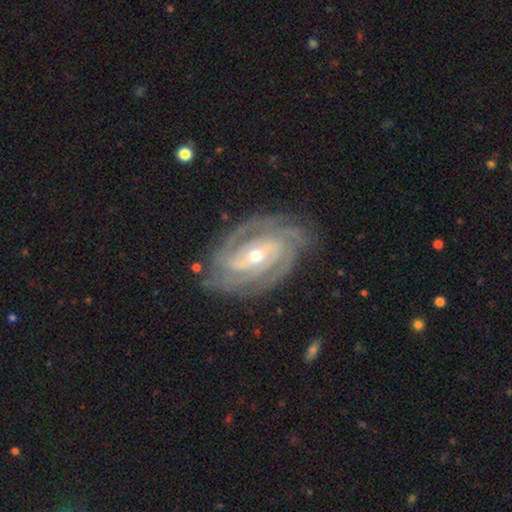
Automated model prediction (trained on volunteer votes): A featured or disk galaxy (92%) with a weak bar (37%), 3 (39%) tight (71%) spiral arms (98%) and a small central bulge (52%). Merging: none (80%).